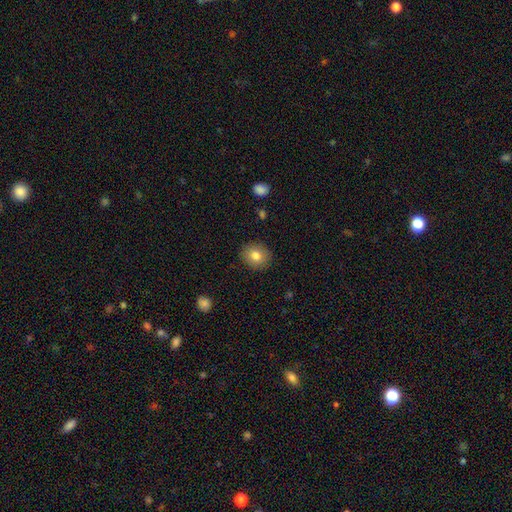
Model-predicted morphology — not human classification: type=smooth (81%); roundness=round (75%); merging=none (90%).